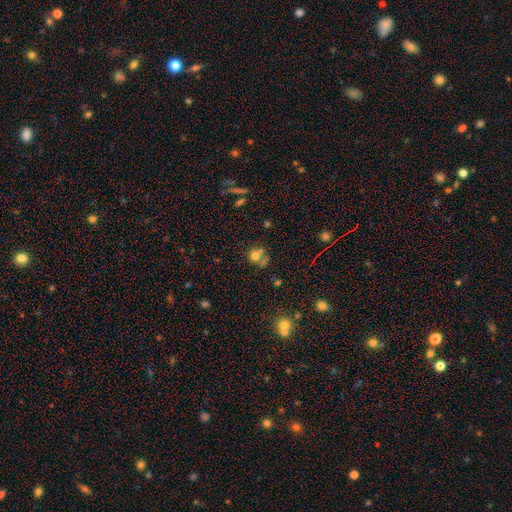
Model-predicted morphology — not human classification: smooth-or-featured: smooth: 69% | star or artifact: 16% | featured or disk: 15%
  how-rounded: round: 74% | in between: 24% | cigar-shaped: 1%
  merging: none: 40% | merger: 36% | minor disturbance: 14% | major disturbance: 10%